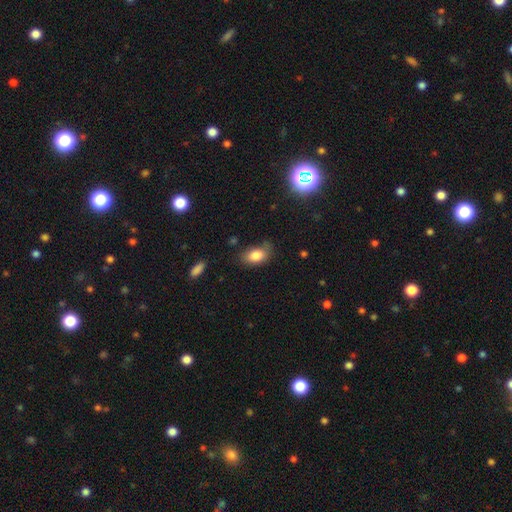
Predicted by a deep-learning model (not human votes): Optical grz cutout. It shows a smooth galaxy with no disk features (82%) that is in between round and cigar-shaped (89%). Merging: none (63%).